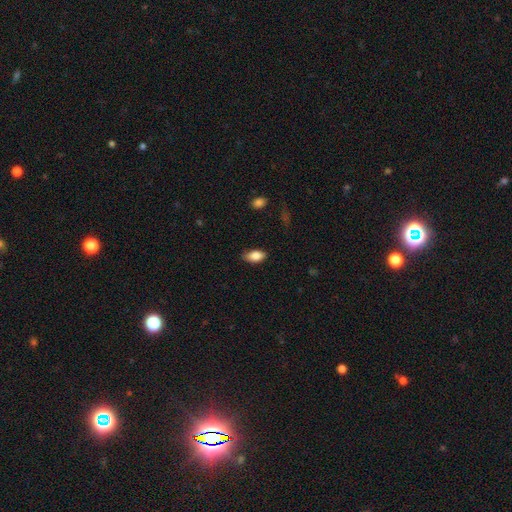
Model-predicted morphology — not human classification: Smooth or featured? Predicted: smooth (p=0.84). How rounded? Predicted: in between (p=0.91). Merging? Predicted: none (p=0.79).